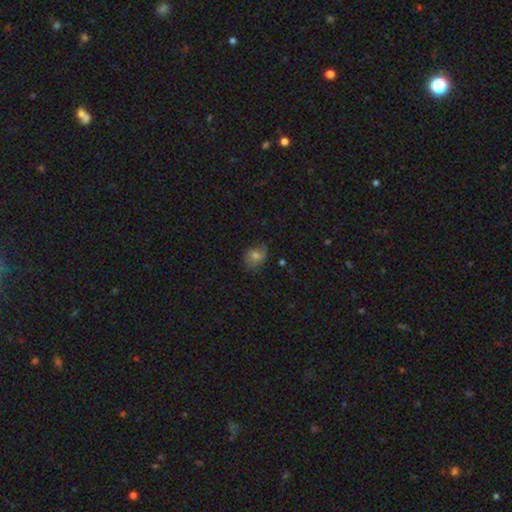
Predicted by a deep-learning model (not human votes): smooth 60%, featured or disk 27%, star or artifact 13%. Down the decision tree: how rounded — in between (59%); merging — none (61%).